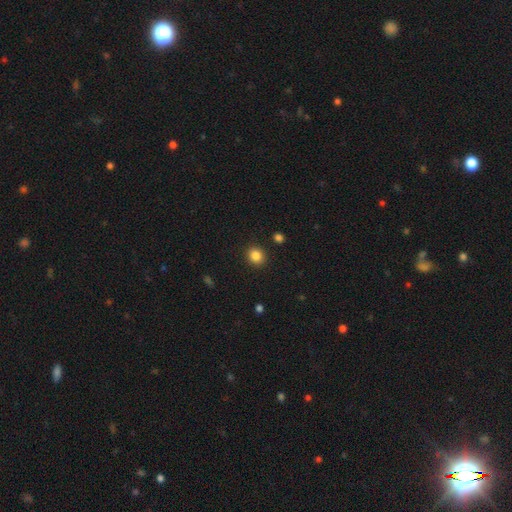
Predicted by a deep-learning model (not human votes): Smooth or featured: smooth — 86% (star or artifact — 10%)
How rounded: round — 77% (in between — 22%)
Merging: none — 91% (minor disturbance — 6%)